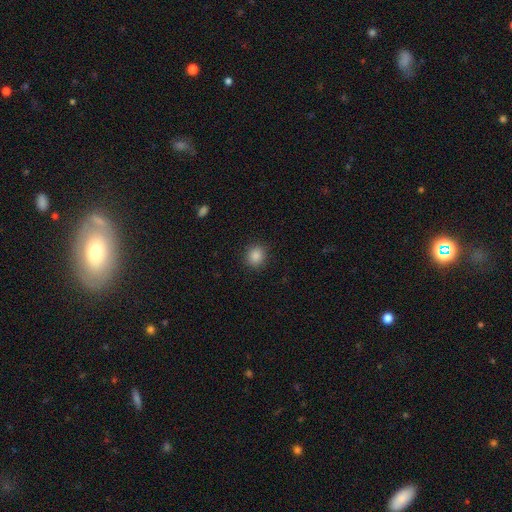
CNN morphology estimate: This is clearly a smooth galaxy (86%). How rounded: clearly round (83%). Merging: clearly none (89%).